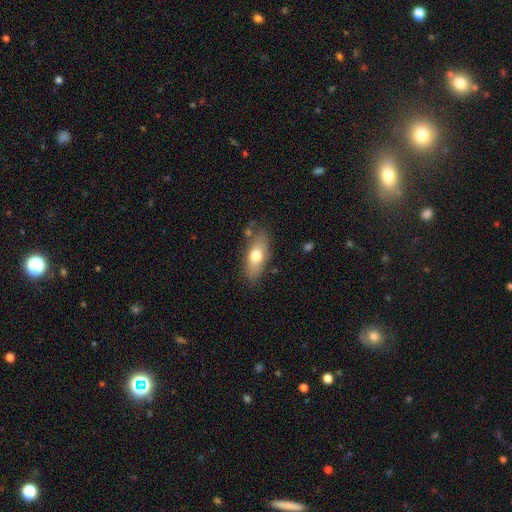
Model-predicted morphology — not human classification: The model was most divided on "smooth or featured": smooth: 69%, featured or disk: 25%, star or artifact: 7%. More confident: merging — none (77%); how rounded — in between (77%).